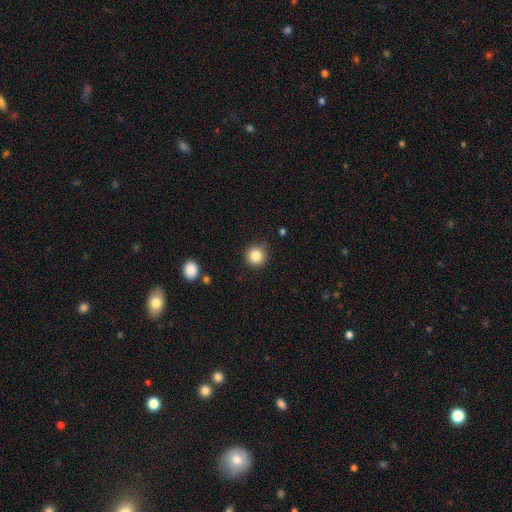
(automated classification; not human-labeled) Smooth or featured? Predicted: smooth (p=0.84). How rounded? Predicted: round (p=0.93). Merging? Predicted: none (p=0.85).